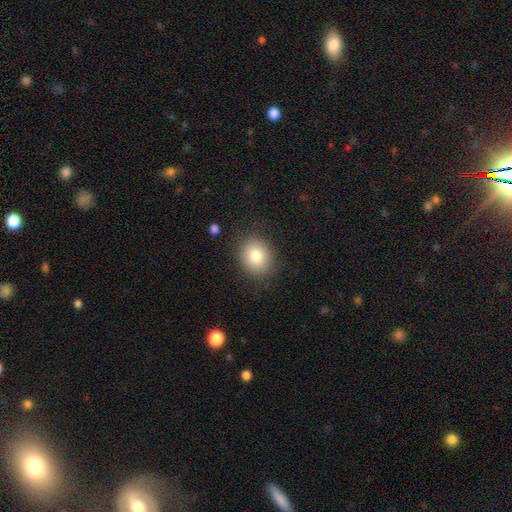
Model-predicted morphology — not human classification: type=smooth (81%); roundness=round (64%); merging=none (86%).